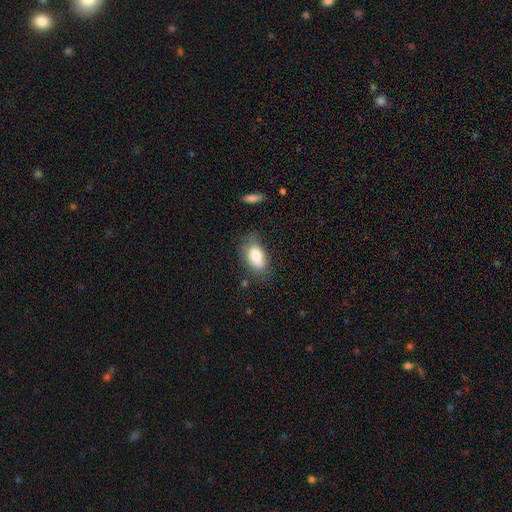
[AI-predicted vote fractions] Smooth or featured?
  - smooth: 81% *
  - featured or disk: 11%
  - star or artifact: 7%
How rounded?
  - in between: 91% *
  - round: 6%
  - cigar-shaped: 3%
Merging?
  - none: 66% *
  - minor disturbance: 24%
  - major disturbance: 8%
  - merger: 3%